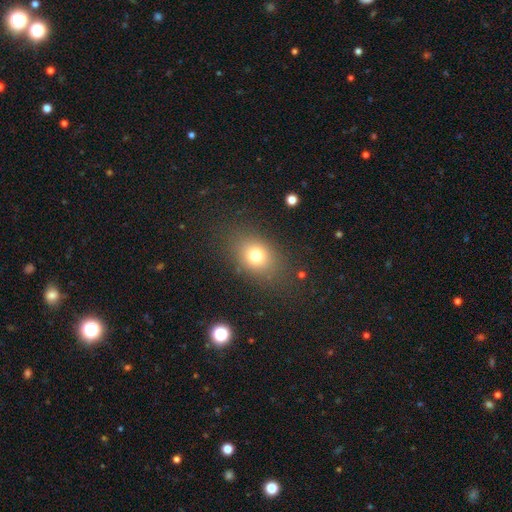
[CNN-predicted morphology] This appears to be a smooth galaxy with no disk features (76%) that is in between round and cigar-shaped (60%). Merging: none (80%).